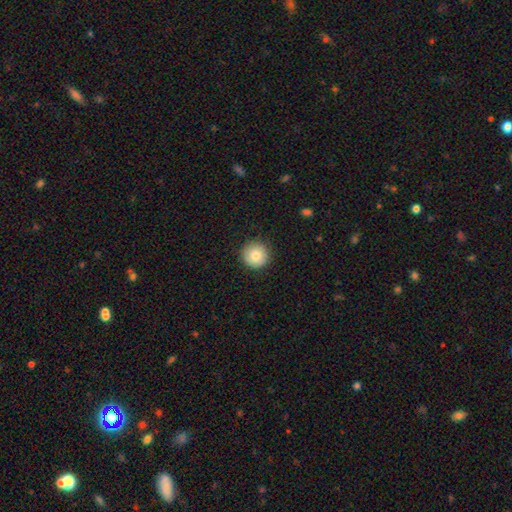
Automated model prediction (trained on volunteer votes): The model was most divided on "smooth or featured": smooth: 82%, featured or disk: 9%, star or artifact: 8%. More confident: how rounded — round (95%); merging — none (90%).